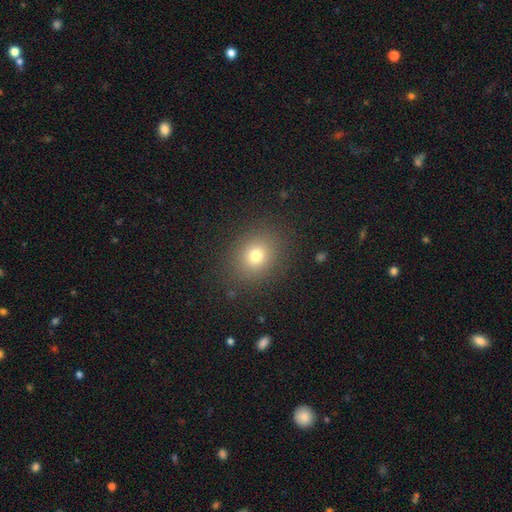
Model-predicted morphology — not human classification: Smooth or featured? smooth (75%)
How rounded? round (64%)
Merging? none (86%)